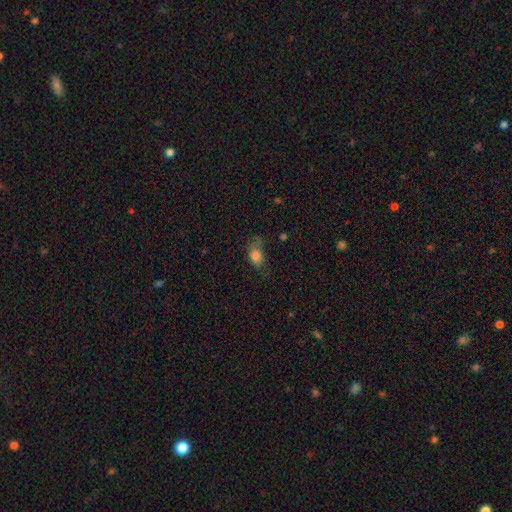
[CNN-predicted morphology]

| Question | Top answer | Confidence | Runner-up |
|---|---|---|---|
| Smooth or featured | smooth | 79% | featured or disk (11%) |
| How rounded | in between | 76% | round (21%) |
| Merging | none | 44% | minor disturbance (32%) |